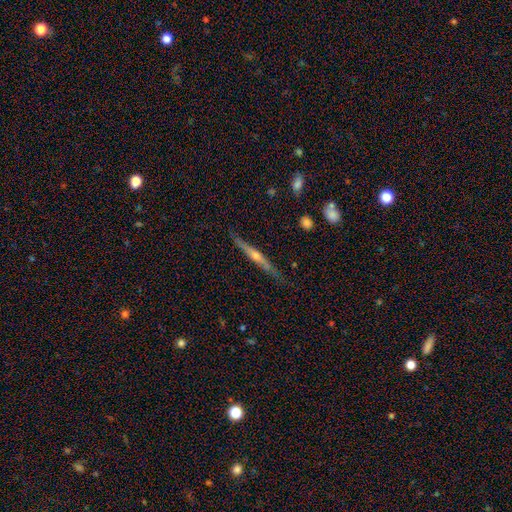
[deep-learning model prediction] Q: Smooth or featured?
A: featured or disk (76%); runner-up: smooth (17%)
Q: Edge-on disk?
A: yes (97%); runner-up: no (3%)
Q: Edge-on bulge?
A: rounded (82%); runner-up: none (13%)
Q: Merging?
A: none (84%); runner-up: minor disturbance (13%)